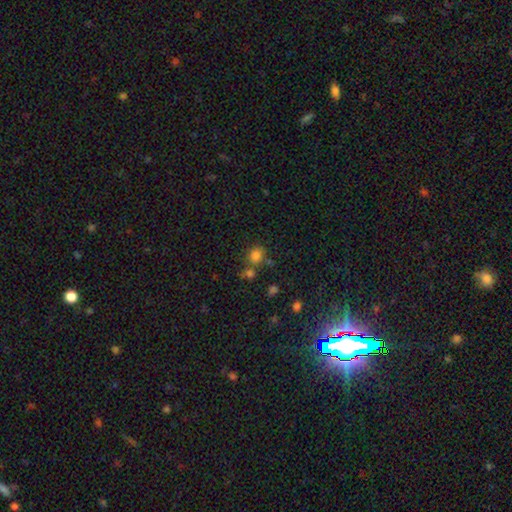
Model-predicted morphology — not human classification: Q: Smooth or featured?
A: smooth (79%); runner-up: star or artifact (15%)
Q: How rounded?
A: round (70%); runner-up: in between (29%)
Q: Merging?
A: none (66%); runner-up: merger (18%)